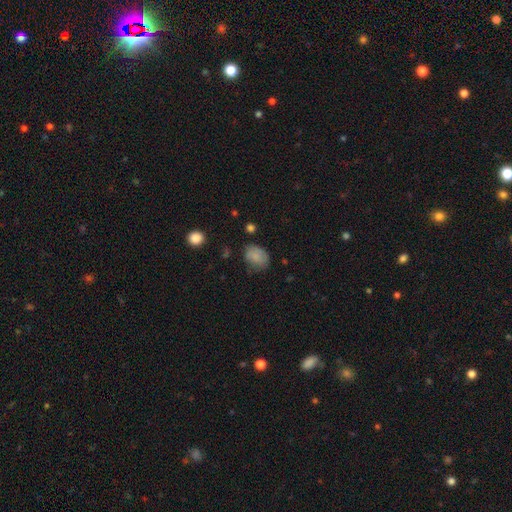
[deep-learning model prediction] Overall: smooth (81%). How rounded: in between (67%; round 32%). Merging: none (60%; minor disturbance 29%).